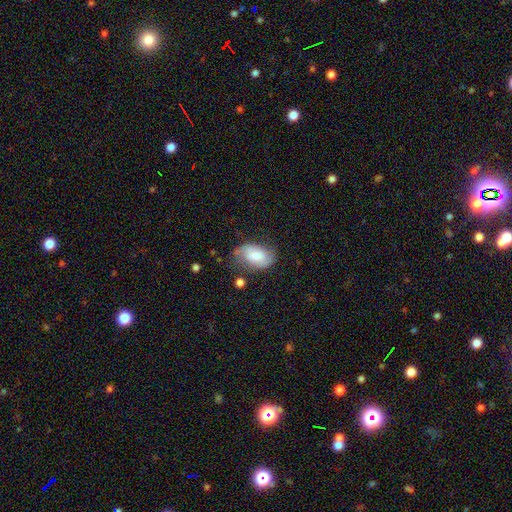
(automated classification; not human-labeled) Morphology: type=smooth (47%); merging=none (60%).